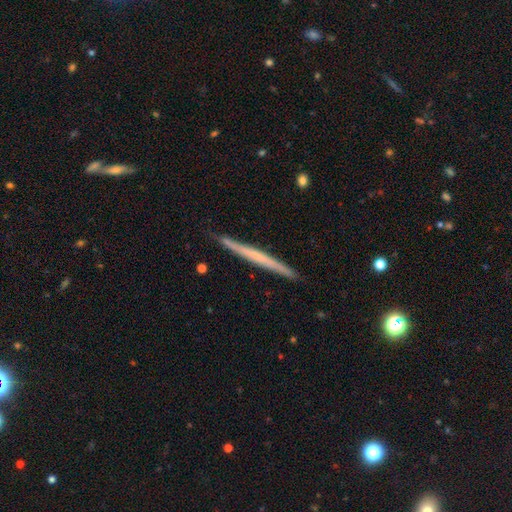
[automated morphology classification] A featured or disk galaxy (55%) viewed edge-on (97%) with no central bulge (83%).

Vote fractions:
- Smooth or featured? featured or disk: 55% / smooth: 40% / star or artifact: 5%
- Edge-on disk? yes: 97% / no: 3%
- Edge-on bulge? none: 83% / rounded: 12% / boxy: 5%
- Merging? none: 89% / minor disturbance: 9% / major disturbance: 1% / merger: 1%